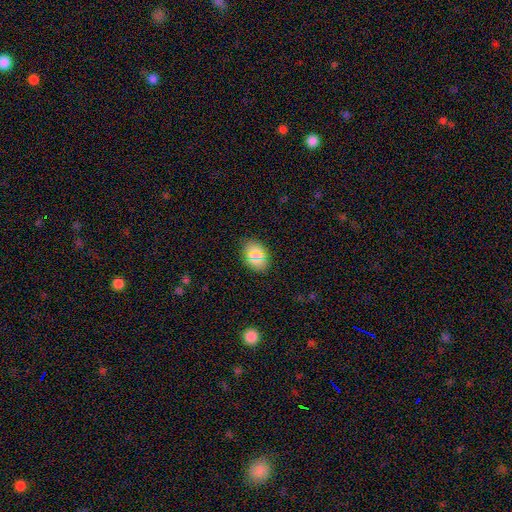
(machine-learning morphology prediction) The model was most divided on "how rounded": in between: 73%, round: 24%, cigar-shaped: 3%. More confident: merging — none (87%); smooth or featured — smooth (74%).